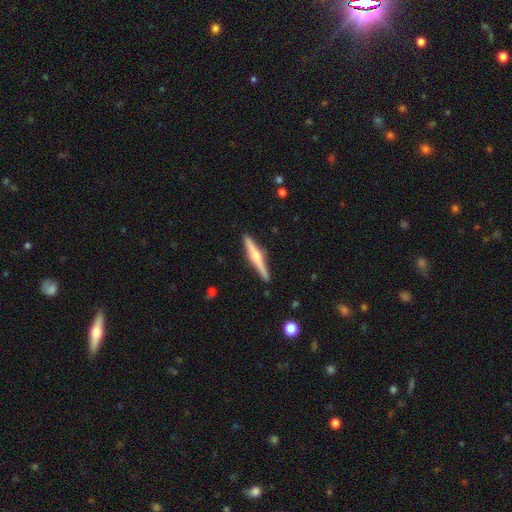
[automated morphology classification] Smooth or featured? featured or disk (69%)
Edge-on disk? yes (98%)
Edge-on bulge? rounded (90%)
Merging? none (90%)